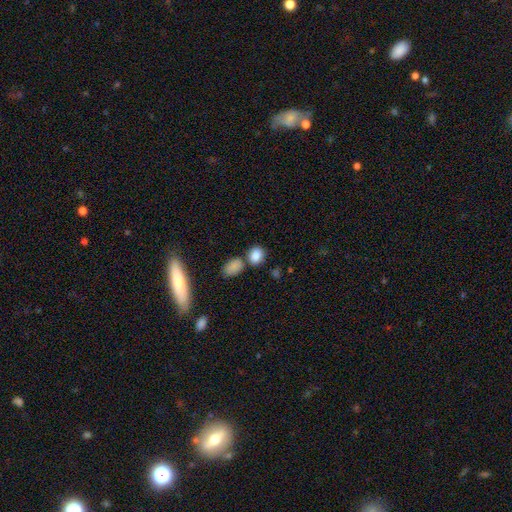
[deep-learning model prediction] Smooth or featured? smooth (84%)
How rounded? in between (49%, tied with round)
Merging? none (65%)